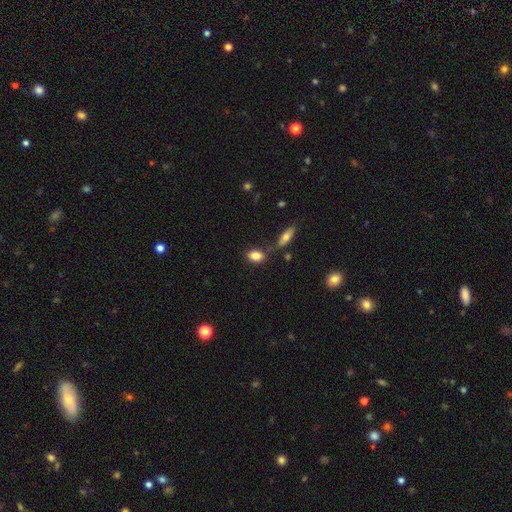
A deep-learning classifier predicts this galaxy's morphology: Overall: smooth (83%). How rounded: in between (86%). Merging: none (68%).